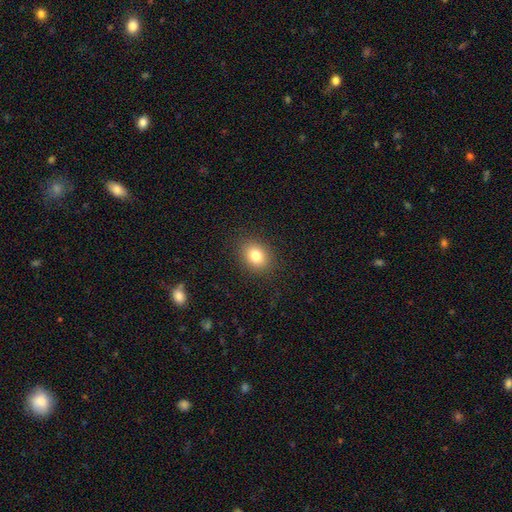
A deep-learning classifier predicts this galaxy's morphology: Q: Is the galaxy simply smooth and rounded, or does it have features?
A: smooth — 80%.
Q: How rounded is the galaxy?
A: round — 50%.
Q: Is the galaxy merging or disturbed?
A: none — 88%.